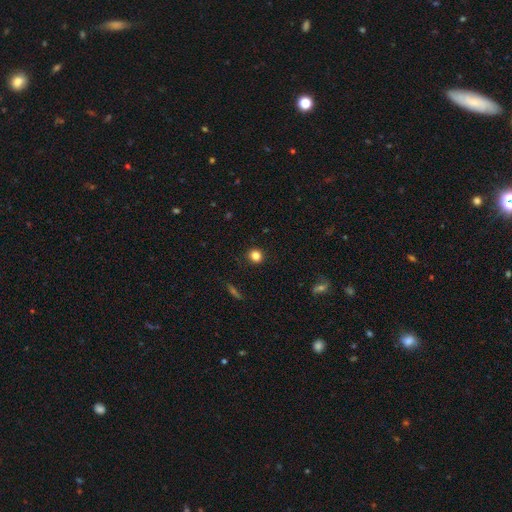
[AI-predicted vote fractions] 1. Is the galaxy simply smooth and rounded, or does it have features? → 83% smooth, 12% star or artifact, 5% featured or disk.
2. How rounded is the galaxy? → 89% round, 10% in between, 1% cigar-shaped.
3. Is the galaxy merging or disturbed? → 91% none, 6% minor disturbance, 2% major disturbance, 1% merger.